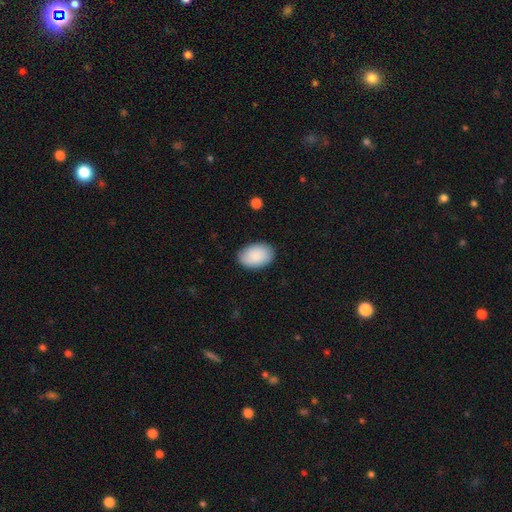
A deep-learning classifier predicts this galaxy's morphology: Smooth or featured? smooth (90%)
How rounded? in between (90%)
Merging? none (87%)